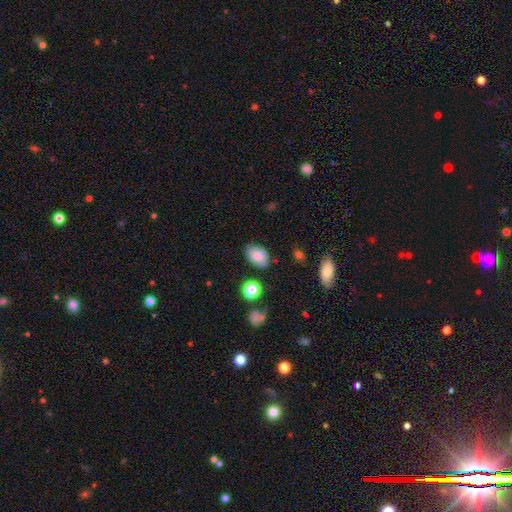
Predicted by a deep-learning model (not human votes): Smooth or featured? smooth (84%)
How rounded? in between (85%)
Merging? none (79%)